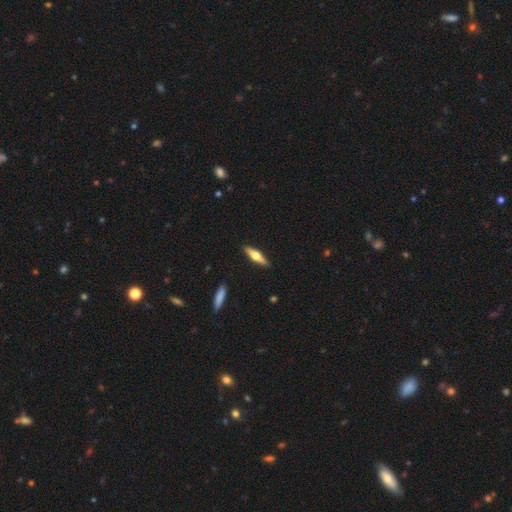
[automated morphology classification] smooth_or_featured: featured or disk (p=0.56) [alt: smooth p=0.39]
disk_edge_on: yes (p=0.95) [alt: no p=0.05]
edge_on_bulge: rounded (p=0.94) [alt: boxy p=0.03]
merging: none (p=0.89) [alt: minor disturbance p=0.08]